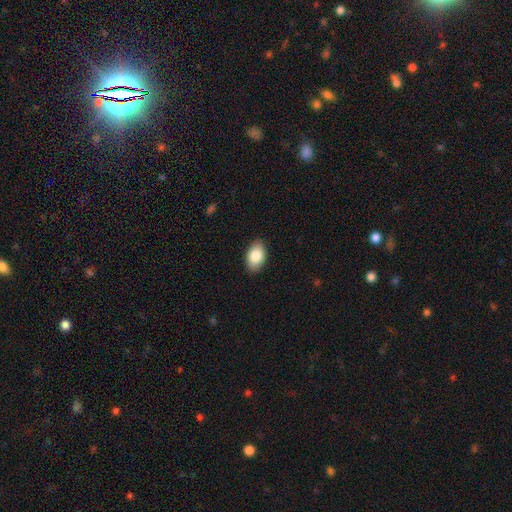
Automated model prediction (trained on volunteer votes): Smooth or featured?
  - smooth: 85% *
  - featured or disk: 8%
  - star or artifact: 7%
How rounded?
  - in between: 92% *
  - round: 7%
  - cigar-shaped: 1%
Merging?
  - none: 88% *
  - minor disturbance: 9%
  - major disturbance: 2%
  - merger: 1%